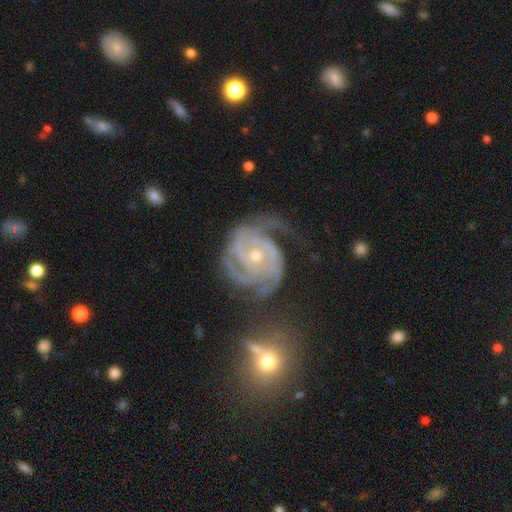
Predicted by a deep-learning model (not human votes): This is clearly a featured or disk galaxy (91%). It is clearly not viewed edge-on (98%). Bar: likely no (69%). Spiral arm pattern: clearly yes (98%). Spiral arm count: marginally 3 (39%). Spiral winding: likely tight (66%). Central bulge: possibly small (59%). Merging: possibly none (53%).